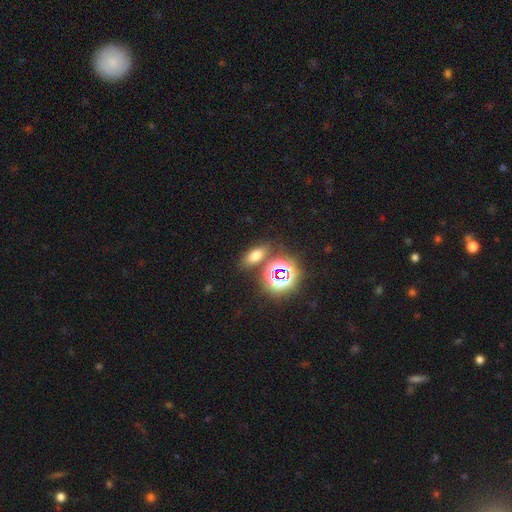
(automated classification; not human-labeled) Smooth or featured: smooth — 61% (star or artifact — 30%)
How rounded: in between — 75% (round — 19%)
Merging: none — 77% (merger — 10%)